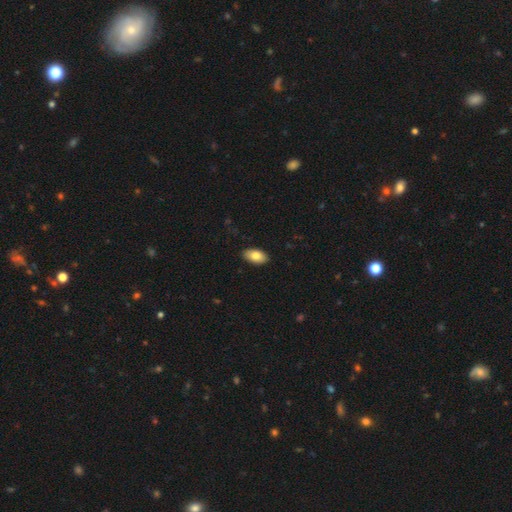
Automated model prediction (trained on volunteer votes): A smooth galaxy with no disk features (80%) that is in between round and cigar-shaped (94%).

Vote fractions:
- Smooth or featured? smooth: 80% / featured or disk: 13% / star or artifact: 7%
- How rounded? in between: 94% / round: 3% / cigar-shaped: 2%
- Merging? none: 89% / minor disturbance: 8% / major disturbance: 2% / merger: 1%